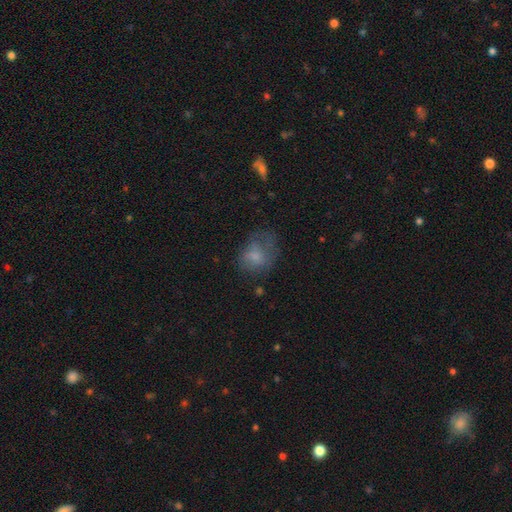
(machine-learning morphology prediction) smooth 66%, featured or disk 23%, star or artifact 11%. Down the decision tree: how rounded — in between (56%); merging — none (38%).